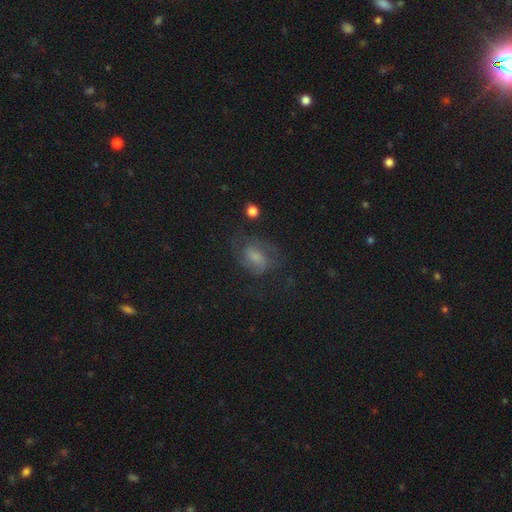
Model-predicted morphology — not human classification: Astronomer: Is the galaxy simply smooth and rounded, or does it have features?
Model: featured or disk — 58%.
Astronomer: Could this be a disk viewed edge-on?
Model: no — 97%.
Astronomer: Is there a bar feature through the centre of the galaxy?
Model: weak — 47% (runner-up: no, 40%).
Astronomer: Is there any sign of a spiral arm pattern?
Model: yes — 87%.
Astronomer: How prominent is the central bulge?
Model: moderate — 37%, tied with small at 37%.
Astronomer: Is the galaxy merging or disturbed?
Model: none — 64%.